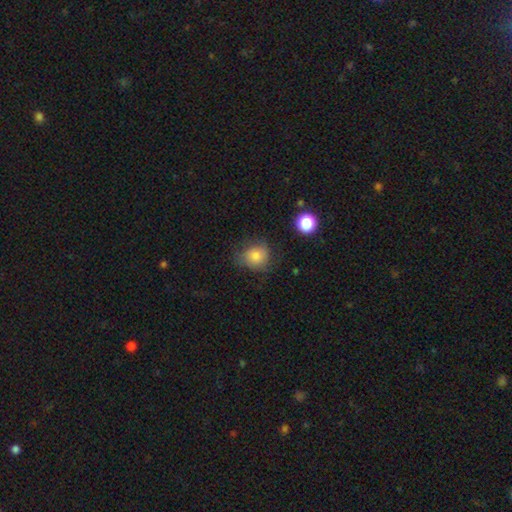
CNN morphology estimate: Smooth or featured?
  - smooth: 79% *
  - star or artifact: 11%
  - featured or disk: 10%
How rounded?
  - round: 77% *
  - in between: 23%
  - cigar-shaped: 1%
Merging?
  - none: 64% *
  - minor disturbance: 25%
  - major disturbance: 9%
  - merger: 2%